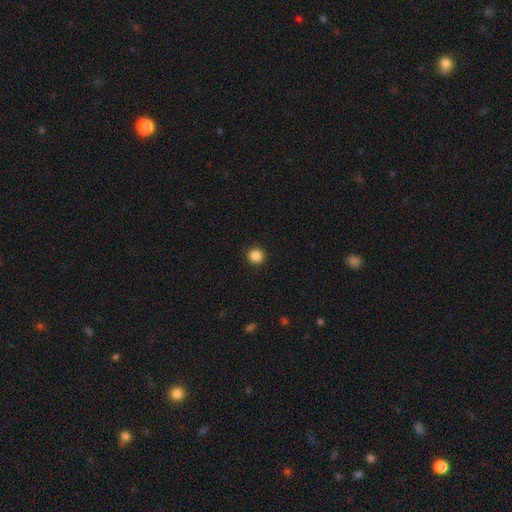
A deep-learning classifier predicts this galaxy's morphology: This appears to be a smooth galaxy with no disk features (86%) that is round (95%). Merging: none (93%).